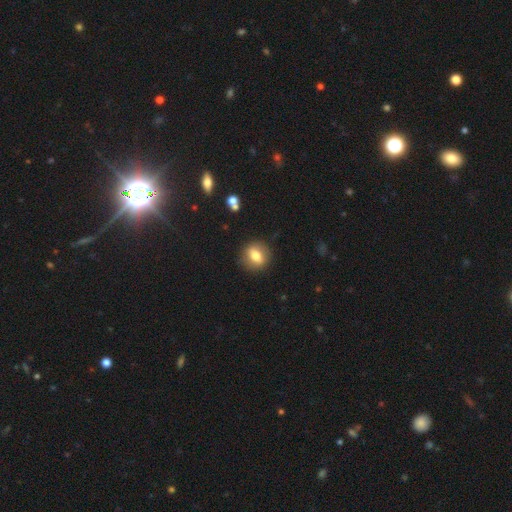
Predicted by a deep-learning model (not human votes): Overall: smooth (71%). How rounded: round (64%; in between 34%). Merging: none (87%).